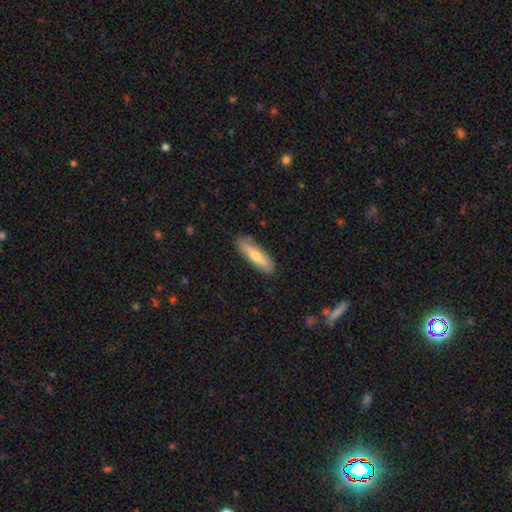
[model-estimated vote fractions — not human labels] This appears to be a smooth galaxy with no disk features (60%) that is cigar-shaped (66%). Merging: none (84%).